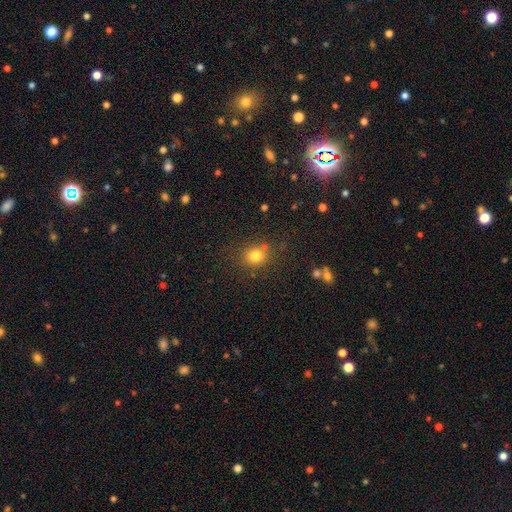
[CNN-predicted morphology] Smooth or featured? smooth (79%)
How rounded? round (78%)
Merging? none (76%)